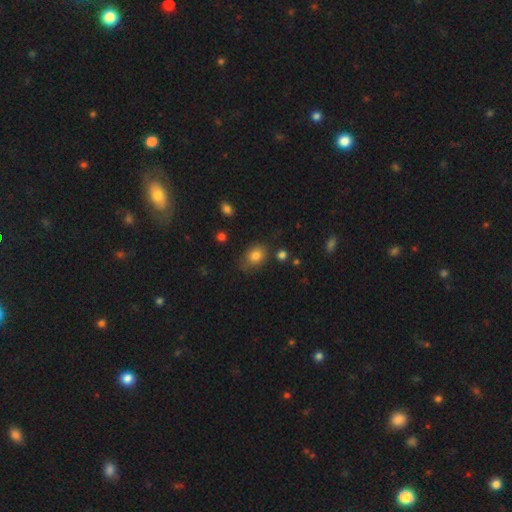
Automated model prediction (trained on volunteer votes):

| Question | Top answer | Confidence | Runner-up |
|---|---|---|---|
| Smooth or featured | smooth | 82% | star or artifact (11%) |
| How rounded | in between | 54% | round (45%) |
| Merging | none | 69% | minor disturbance (22%) |